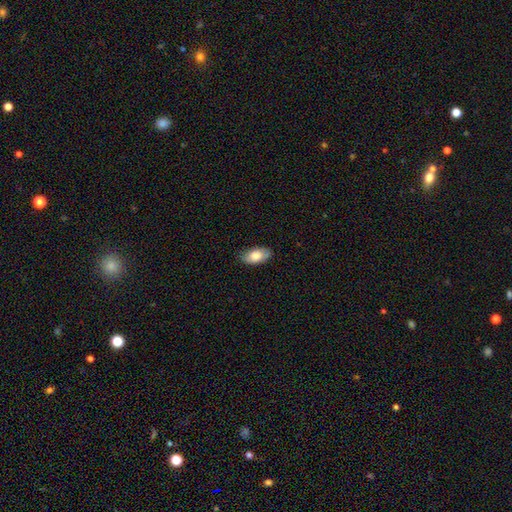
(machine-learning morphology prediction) This appears to be a smooth galaxy with no disk features (79%) that is in between round and cigar-shaped (94%). Merging: none (82%).